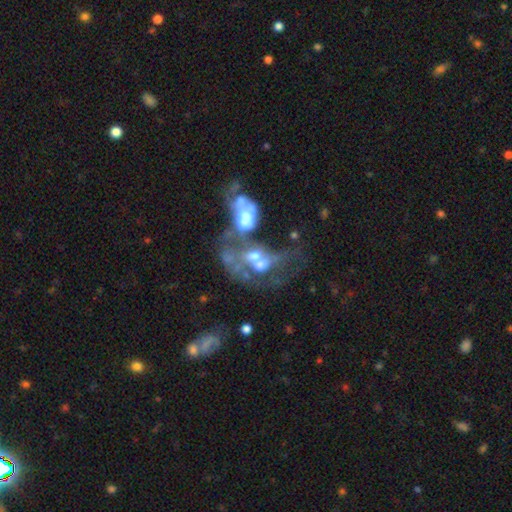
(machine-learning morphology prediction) Smooth or featured? featured or disk (57%)
Edge-on disk? no (96%)
Bar? no (87%)
Spiral arms? no (88%)
Bulge size? moderate (37%)
Merging? merger (67%)